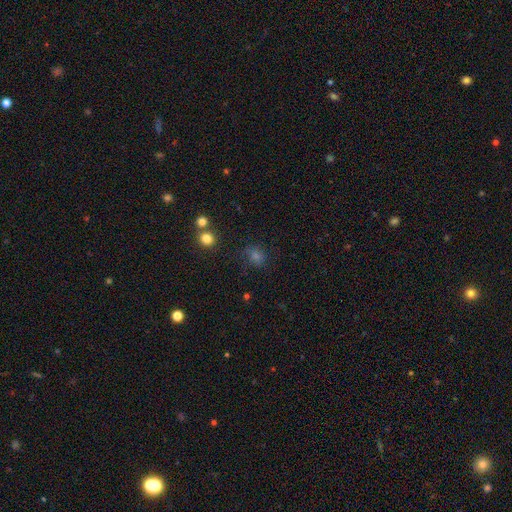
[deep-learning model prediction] Morphology: type=smooth (55%); roundness=round (70%); merging=none (75%).